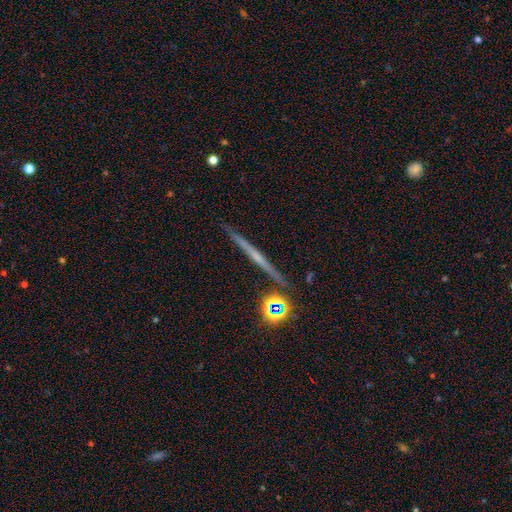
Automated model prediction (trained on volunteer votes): Smooth or featured: featured or disk — 67% (smooth — 20%)
Edge-on disk: yes — 97% (no — 3%)
Edge-on bulge: none — 54% (rounded — 38%)
Merging: none — 89% (minor disturbance — 6%)